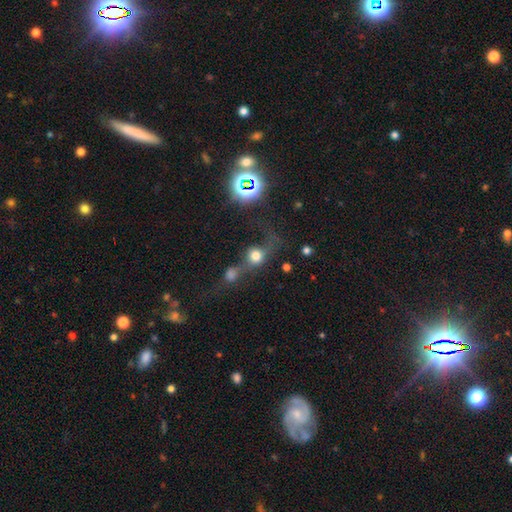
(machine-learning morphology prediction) Smooth or featured?
  - smooth: 58% *
  - featured or disk: 23%
  - star or artifact: 19%
How rounded?
  - round: 75% *
  - in between: 23%
  - cigar-shaped: 3%
Merging?
  - merger: 40% *
  - none: 29%
  - major disturbance: 20%
  - minor disturbance: 11%